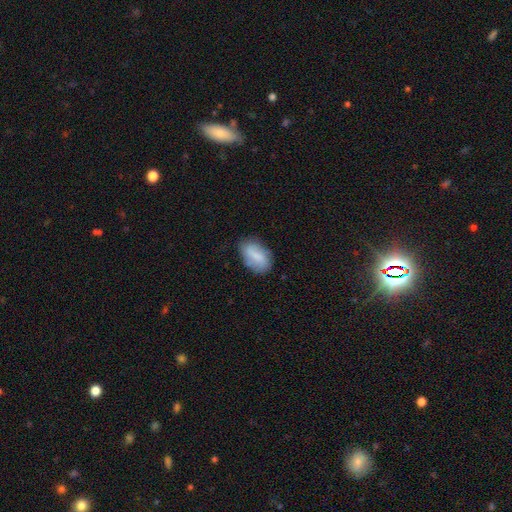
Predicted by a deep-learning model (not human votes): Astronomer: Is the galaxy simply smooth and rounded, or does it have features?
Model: smooth — 72%.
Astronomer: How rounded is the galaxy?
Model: in between — 92%.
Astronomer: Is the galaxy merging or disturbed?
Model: none — 68%.